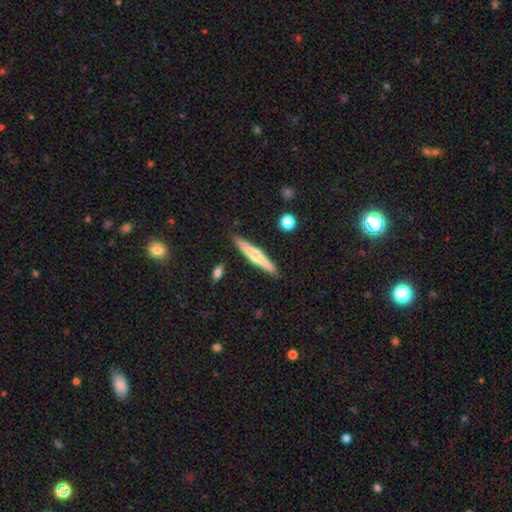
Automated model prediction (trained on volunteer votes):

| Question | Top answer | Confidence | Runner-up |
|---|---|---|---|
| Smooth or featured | featured or disk | 58% | smooth (36%) |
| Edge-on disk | yes | 97% | no (3%) |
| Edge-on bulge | rounded | 84% | none (11%) |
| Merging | none | 89% | minor disturbance (8%) |